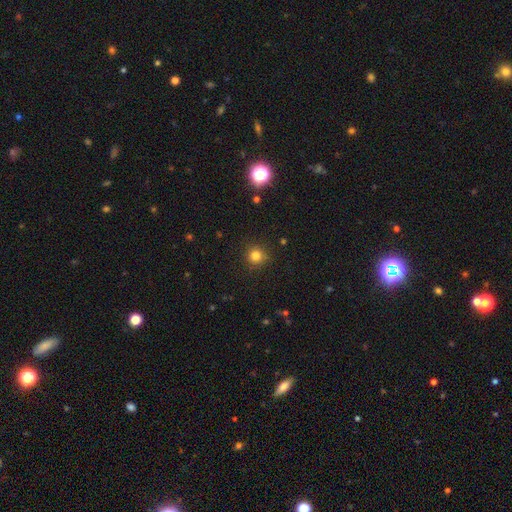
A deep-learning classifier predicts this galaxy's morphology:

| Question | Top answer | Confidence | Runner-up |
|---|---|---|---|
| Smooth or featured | smooth | 80% | star or artifact (15%) |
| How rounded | round | 94% | in between (5%) |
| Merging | none | 89% | minor disturbance (8%) |